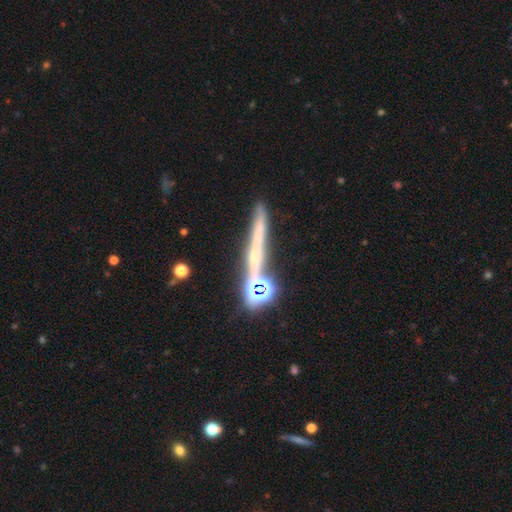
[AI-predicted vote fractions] Smooth or featured? Predicted: featured or disk (p=0.54). Edge-on disk? Predicted: yes (p=0.87). Merging? Predicted: none (p=0.64).